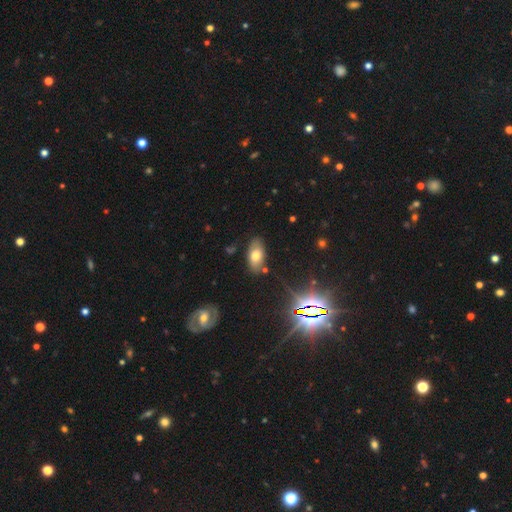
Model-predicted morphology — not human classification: smooth-or-featured: smooth: 70% | featured or disk: 18% | star or artifact: 12%
  how-rounded: in between: 93% | round: 4% | cigar-shaped: 3%
  merging: none: 81% | minor disturbance: 13% | major disturbance: 3% | merger: 3%